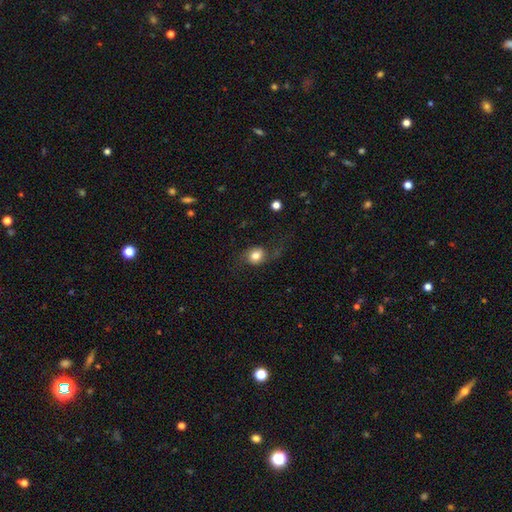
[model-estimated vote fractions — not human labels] Smooth or featured?
  - smooth: 59% *
  - featured or disk: 33%
  - star or artifact: 9%
How rounded?
  - round: 62% *
  - in between: 36%
  - cigar-shaped: 2%
Merging?
  - none: 56% *
  - major disturbance: 21%
  - minor disturbance: 20%
  - merger: 2%